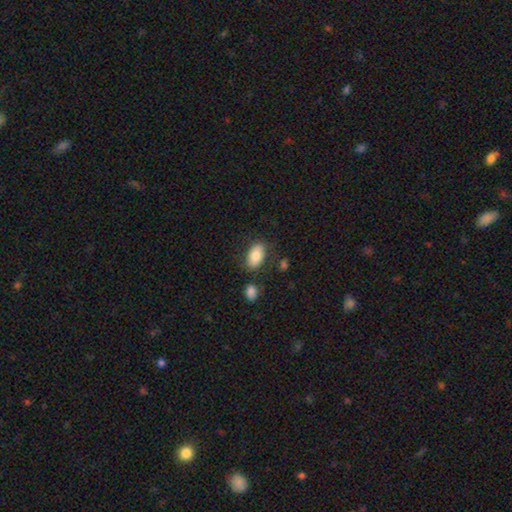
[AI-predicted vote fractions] This appears to be a smooth galaxy with no disk features (81%) that is in between round and cigar-shaped (93%). Merging: none (77%).